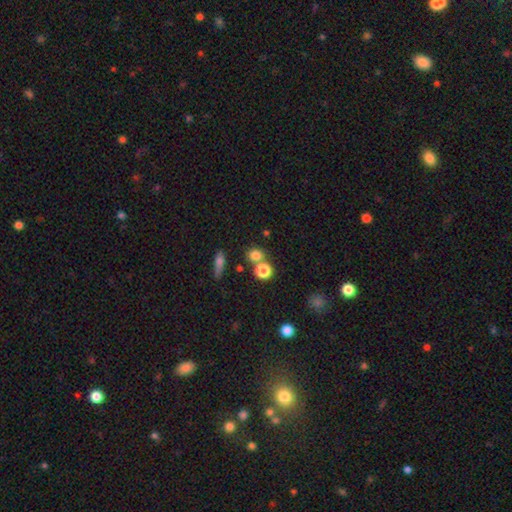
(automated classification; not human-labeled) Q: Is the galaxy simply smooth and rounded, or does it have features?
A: smooth — 76%.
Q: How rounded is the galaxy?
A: round — 74%.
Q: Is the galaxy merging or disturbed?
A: none — 60%.